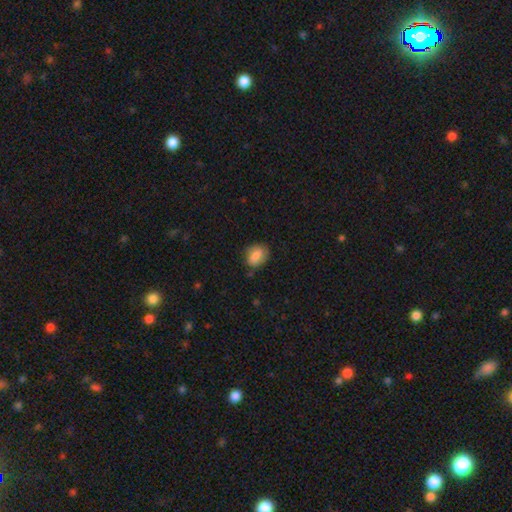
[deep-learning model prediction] Smooth or featured? Predicted: smooth (p=0.77). How rounded? Predicted: in between (p=0.60). Merging? Predicted: none (p=0.74).